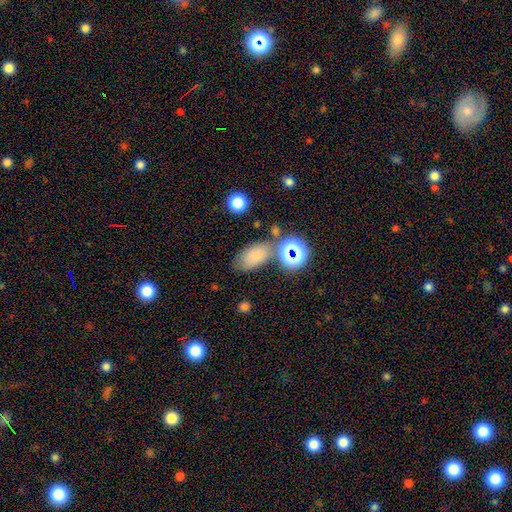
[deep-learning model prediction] smooth_or_featured: smooth (p=0.69) [alt: star or artifact p=0.18]
how_rounded: in between (p=0.86) [alt: round p=0.12]
merging: none (p=0.63) [alt: minor disturbance p=0.18]